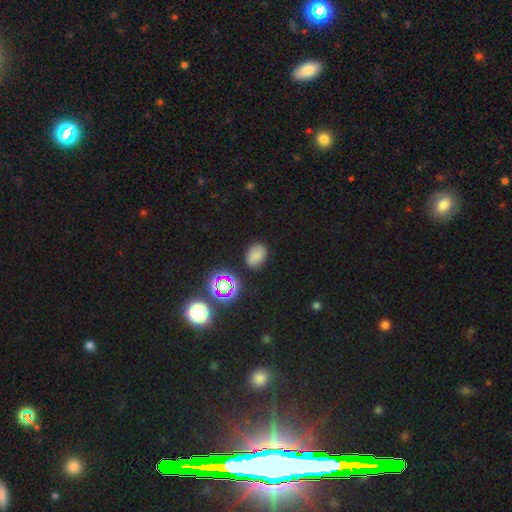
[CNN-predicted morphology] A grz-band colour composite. It shows a smooth galaxy with no disk features (72%) that is in between round and cigar-shaped (69%). Merging: none (81%).